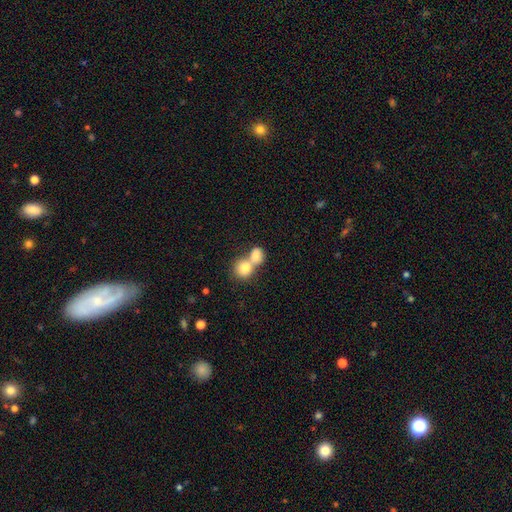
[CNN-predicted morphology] This is likely a smooth galaxy (80%). How rounded: likely round (65%). Merging: likely merger (70%).